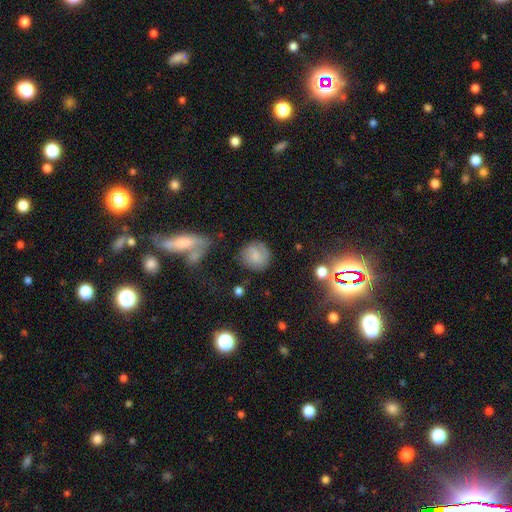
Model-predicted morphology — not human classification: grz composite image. It shows a smooth galaxy with no disk features (63%) that is round (85%). Merging: none (73%).